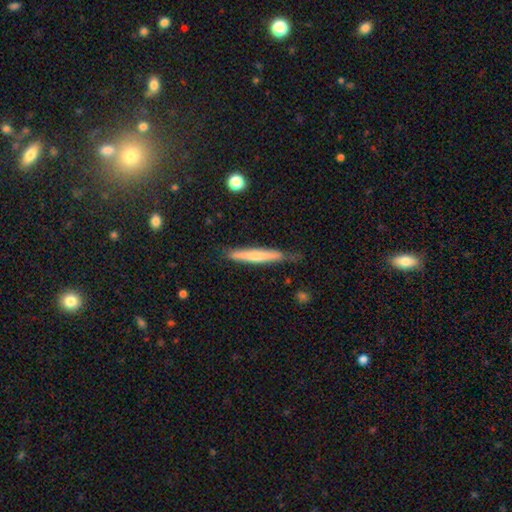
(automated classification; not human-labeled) smooth 55%, featured or disk 39%, star or artifact 6%. Down the decision tree: how rounded — cigar-shaped (94%); merging — none (73%).